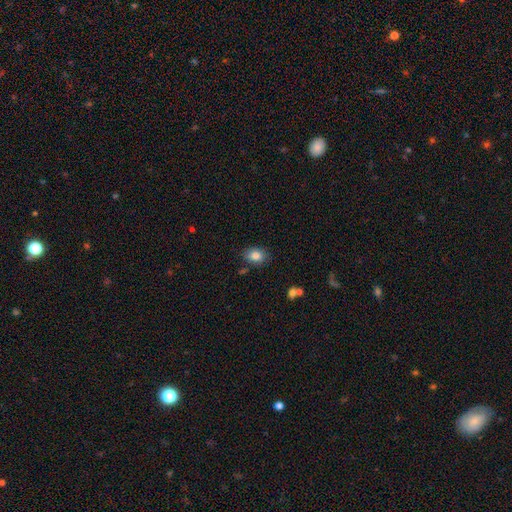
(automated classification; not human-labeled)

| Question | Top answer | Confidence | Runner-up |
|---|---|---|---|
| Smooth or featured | smooth | 83% | star or artifact (9%) |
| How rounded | in between | 67% | round (32%) |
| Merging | none | 81% | minor disturbance (13%) |